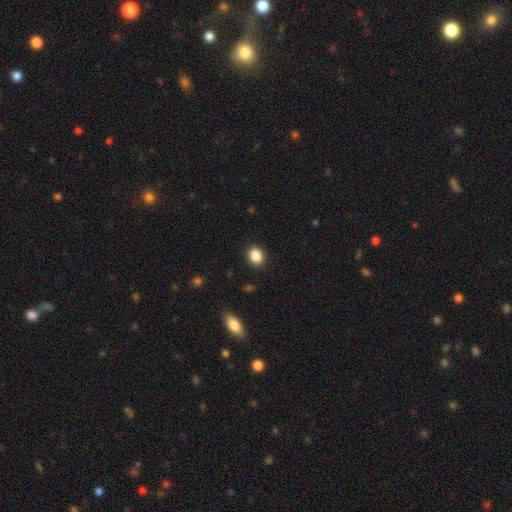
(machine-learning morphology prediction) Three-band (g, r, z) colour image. It shows a smooth galaxy with no disk features (88%) that is round (50%). Merging: none (90%).